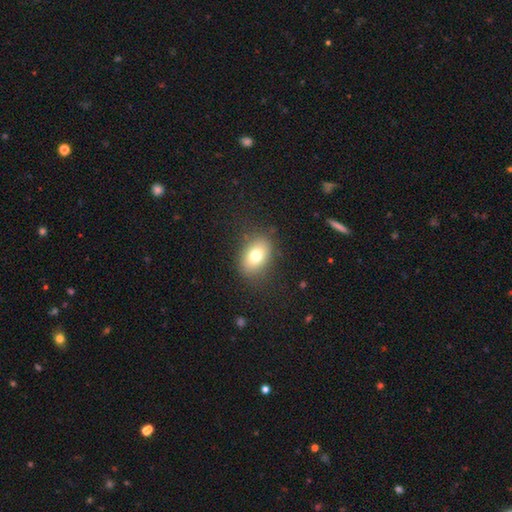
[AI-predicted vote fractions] Morphology: type=smooth (73%); roundness=in between (78%); merging=none (83%).